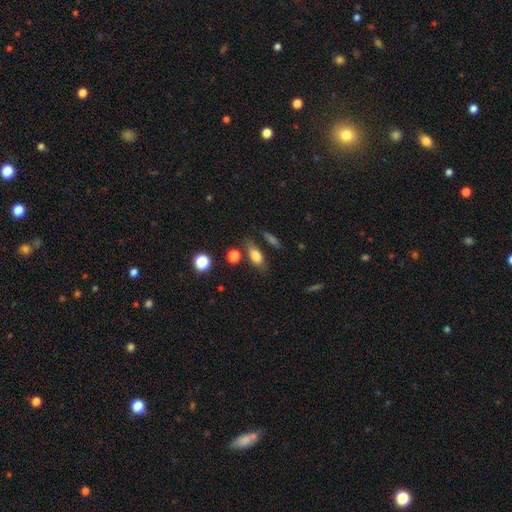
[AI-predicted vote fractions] A smooth galaxy with no disk features (78%) that is in between round and cigar-shaped (78%). Merging: none (73%).